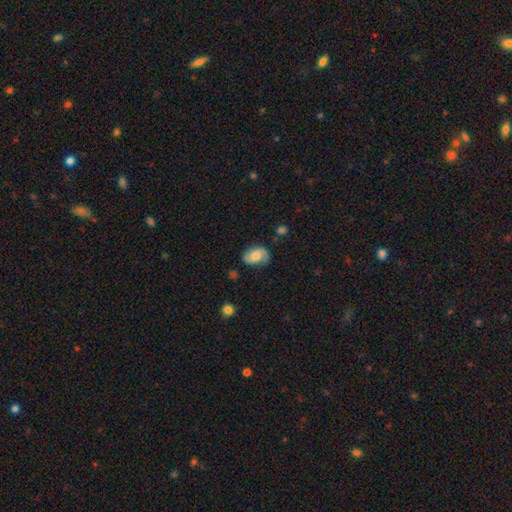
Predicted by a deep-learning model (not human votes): This is possibly a featured or disk galaxy (58%). It is clearly not viewed edge-on (97%). Bar: likely no (61%). Spiral arm pattern: clearly yes (92%). Spiral arm count: clearly 2 (87%). Spiral winding: marginally medium (45%). Central bulge: marginally moderate (35%). Merging: likely none (73%).